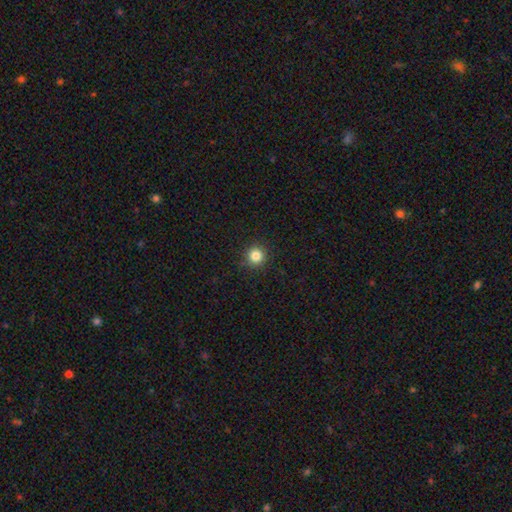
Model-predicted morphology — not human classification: This is clearly a smooth galaxy (84%). How rounded: clearly round (95%). Merging: clearly none (91%).